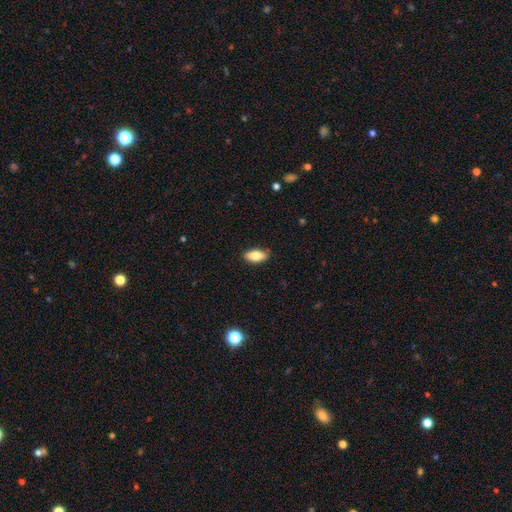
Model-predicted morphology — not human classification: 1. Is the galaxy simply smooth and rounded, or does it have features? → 80% smooth, 13% featured or disk, 7% star or artifact.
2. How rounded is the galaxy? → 88% in between, 9% cigar-shaped, 3% round.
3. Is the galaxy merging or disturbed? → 86% none, 11% minor disturbance, 2% major disturbance, 1% merger.